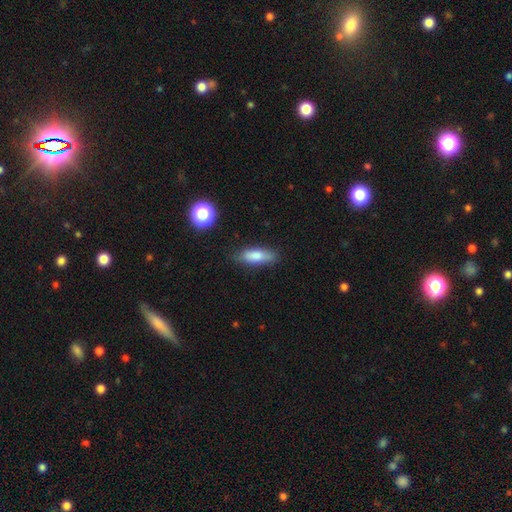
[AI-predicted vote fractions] Smooth or featured? Predicted: smooth (p=0.77). How rounded? Predicted: in between (p=0.57). Merging? Predicted: none (p=0.80).